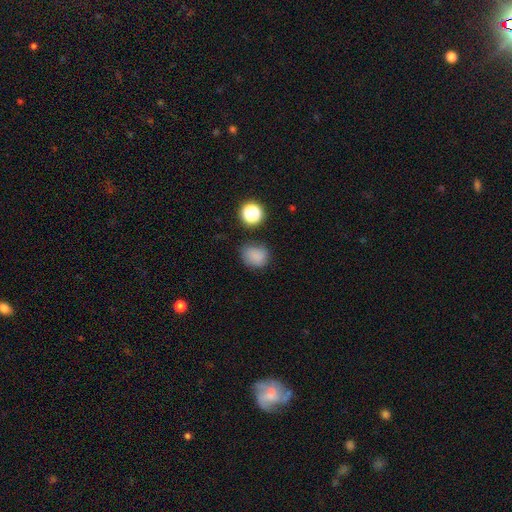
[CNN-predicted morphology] Q: Smooth or featured?
A: smooth (80%); runner-up: star or artifact (15%)
Q: How rounded?
A: round (63%); runner-up: in between (36%)
Q: Merging?
A: none (71%); runner-up: minor disturbance (19%)